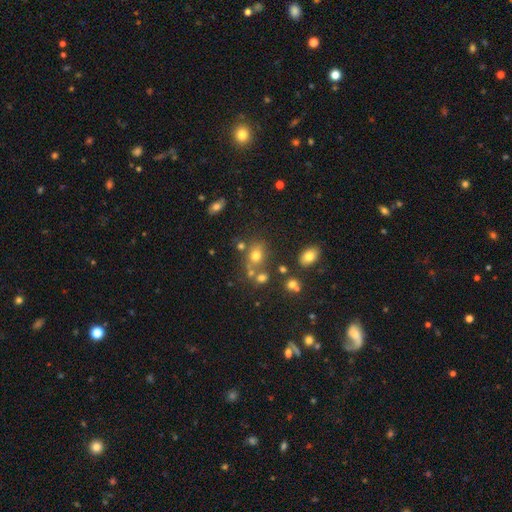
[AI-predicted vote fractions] A smooth galaxy with no disk features (66%) that is in between round and cigar-shaped (50%). Merging: none (56%).